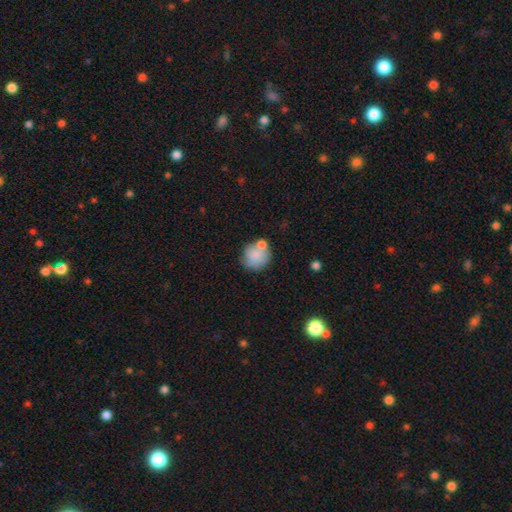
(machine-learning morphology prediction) This appears to be a smooth galaxy with no disk features (74%) that is round (80%). Merging: none (52%).